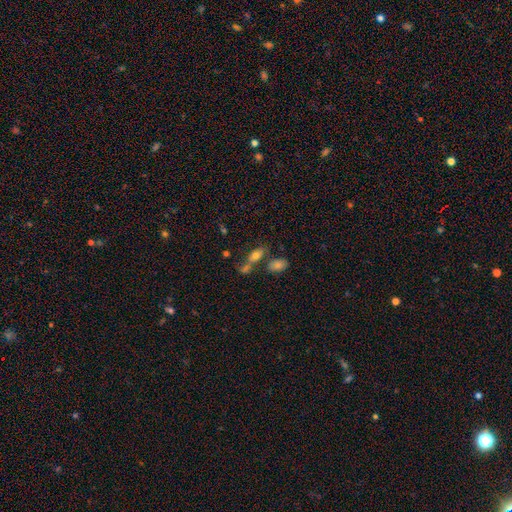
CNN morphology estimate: smooth 67%, featured or disk 21%, star or artifact 12%. Down the decision tree: how rounded — in between (79%); merging — none (41%).